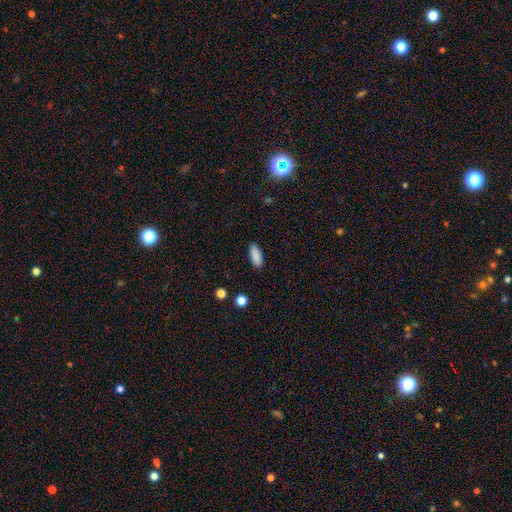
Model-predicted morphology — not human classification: smooth-or-featured: smooth: 89% | star or artifact: 7% | featured or disk: 4%
  how-rounded: in between: 85% | cigar-shaped: 13% | round: 2%
  merging: none: 89% | minor disturbance: 8% | major disturbance: 2% | merger: 1%